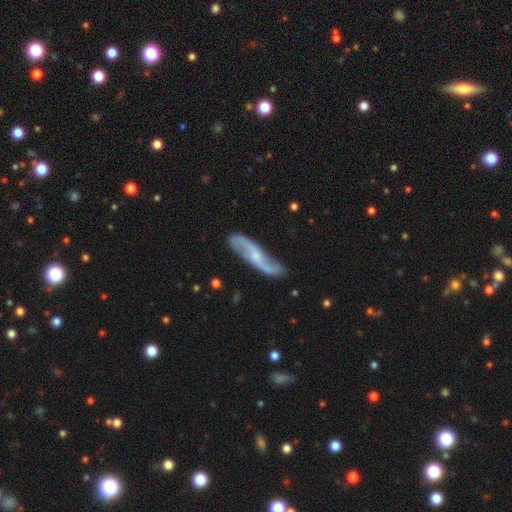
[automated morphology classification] Smooth or featured: featured or disk — 80% (smooth — 15%)
Edge-on disk: no — 83% (yes — 17%)
Bar: no — 48% (weak — 39%)
Spiral arms: yes — 95% (no — 5%)
Spiral winding: loose — 71% (medium — 21%)
Spiral arm count: 2 — 92% (can't tell — 4%)
Bulge size: small — 58% (moderate — 28%)
Merging: none — 78% (minor disturbance — 16%)